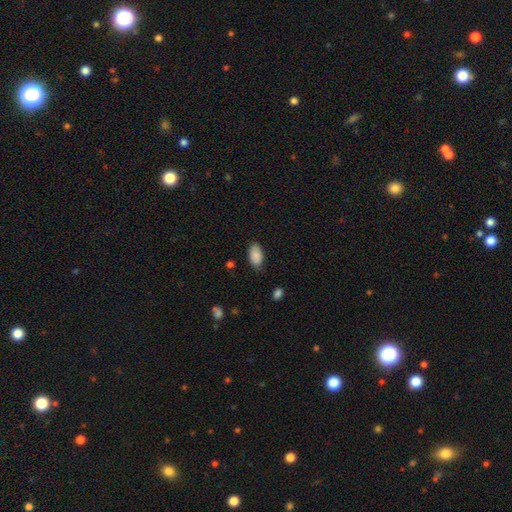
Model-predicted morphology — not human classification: Smooth or featured? smooth (88%)
How rounded? in between (94%)
Merging? none (78%)